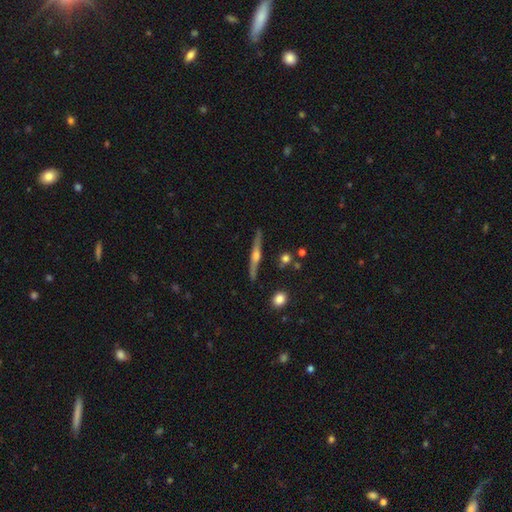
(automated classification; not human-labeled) Morphology: type=featured or disk (73%); edge-on=yes (97%); edge-on bulge=rounded (84%); merging=none (86%).